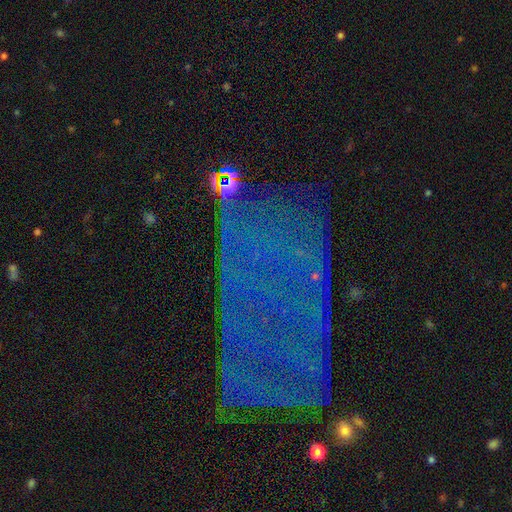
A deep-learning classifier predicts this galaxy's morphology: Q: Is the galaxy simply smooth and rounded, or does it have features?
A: star or artifact — 56%.